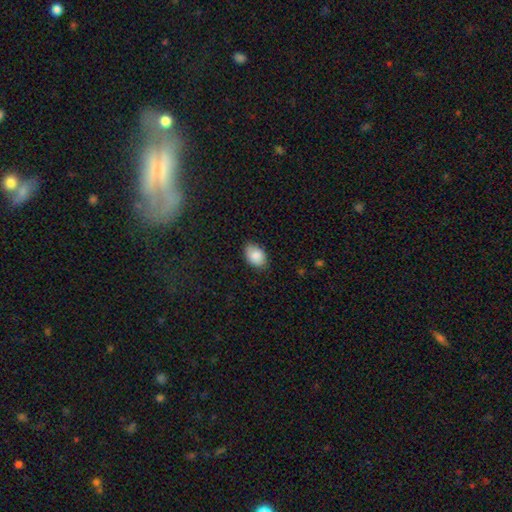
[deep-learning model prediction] smooth 87%, star or artifact 7%, featured or disk 6%. Down the decision tree: how rounded — in between (86%); merging — none (80%).